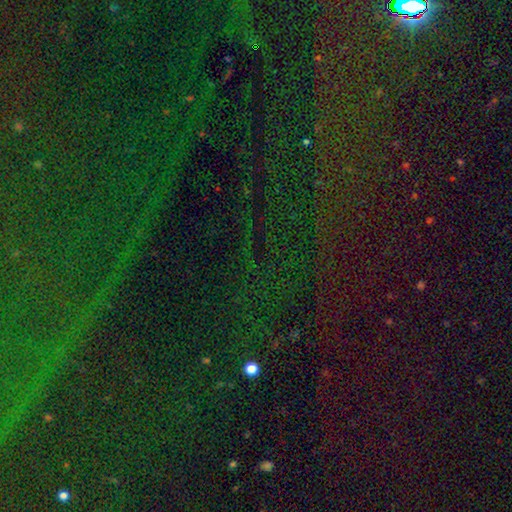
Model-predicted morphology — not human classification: Overall: star or artifact (83%).